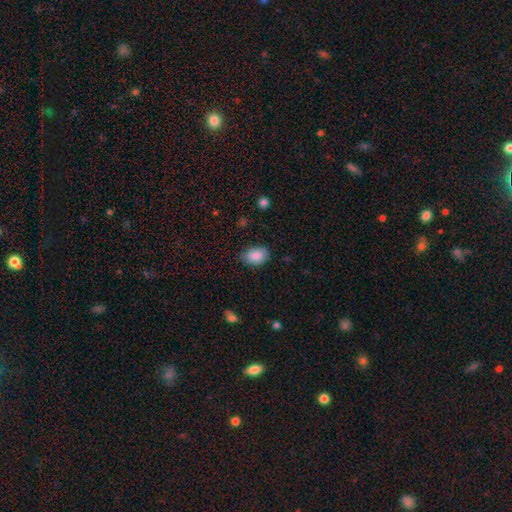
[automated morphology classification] A smooth galaxy with no disk features (86%) that is in between round and cigar-shaped (77%). Merging: none (77%).